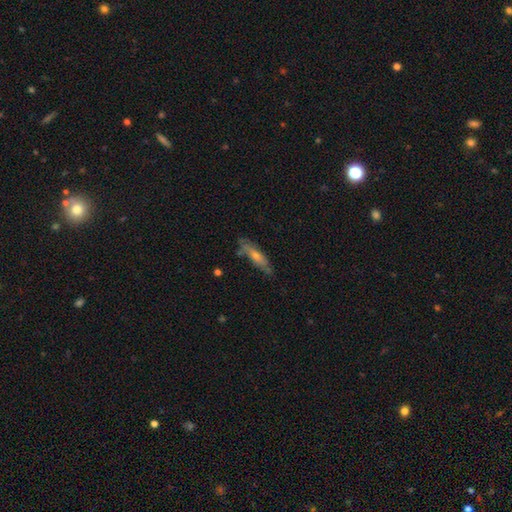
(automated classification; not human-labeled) Smooth or featured: featured or disk — 48% (smooth — 43%)
Merging: none — 68% (minor disturbance — 22%)